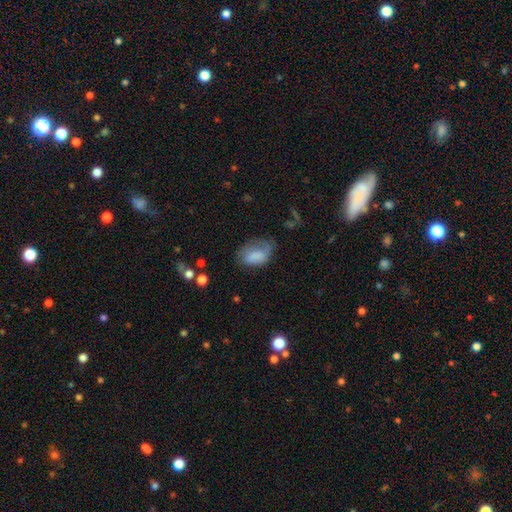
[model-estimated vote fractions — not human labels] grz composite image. It shows a smooth galaxy with no disk features (75%) that is in between round and cigar-shaped (86%). Merging: none (39%).